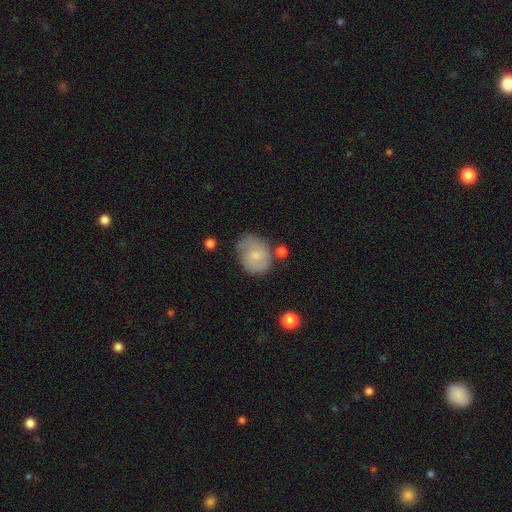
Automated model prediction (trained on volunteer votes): A smooth galaxy with no disk features (52%) that is round (59%). Merging: none (58%).